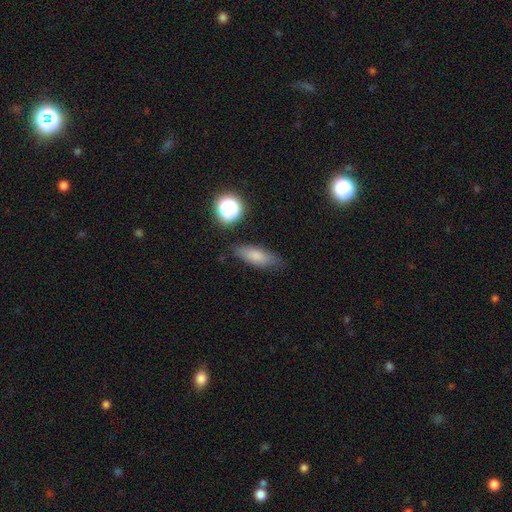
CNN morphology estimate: Smooth or featured?
  - smooth: 77% *
  - featured or disk: 12%
  - star or artifact: 10%
How rounded?
  - in between: 60% *
  - cigar-shaped: 35%
  - round: 5%
Merging?
  - none: 78% *
  - minor disturbance: 15%
  - major disturbance: 4%
  - merger: 3%